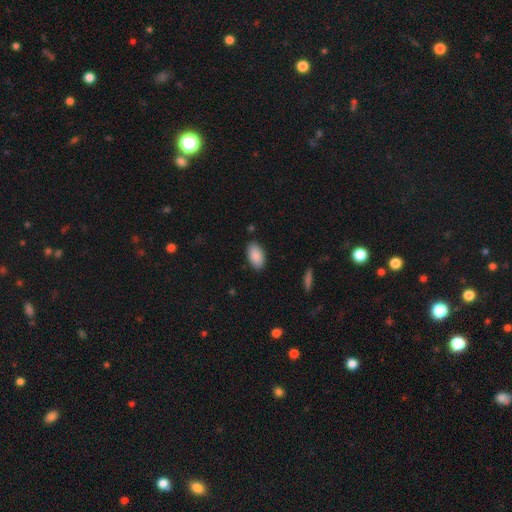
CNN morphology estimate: Smooth or featured: smooth — 89% (star or artifact — 6%)
How rounded: in between — 95% (round — 3%)
Merging: none — 87% (minor disturbance — 9%)